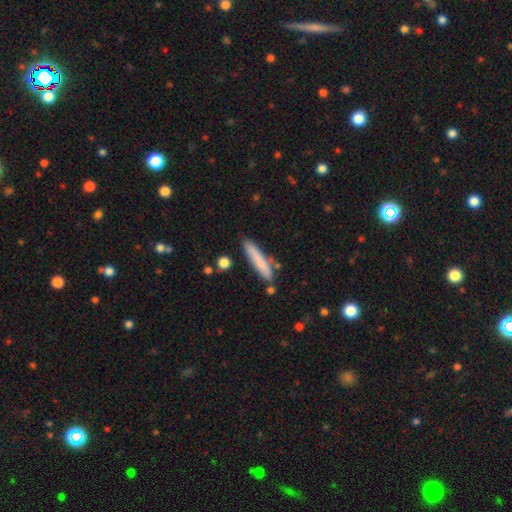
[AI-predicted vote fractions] Overall: smooth (77%). How rounded: cigar-shaped (92%). Merging: none (81%).